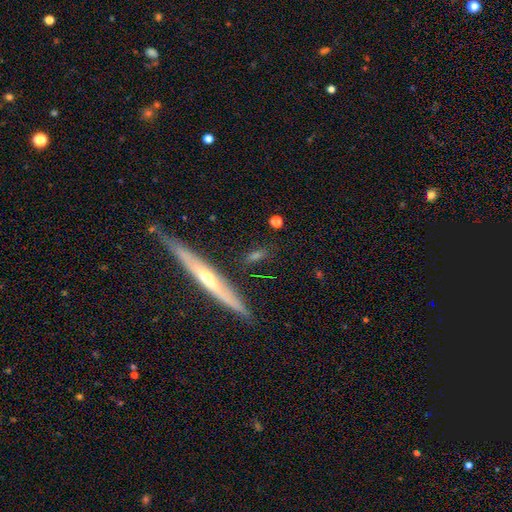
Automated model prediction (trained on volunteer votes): A featured or disk galaxy (48%). Merging: none (80%).